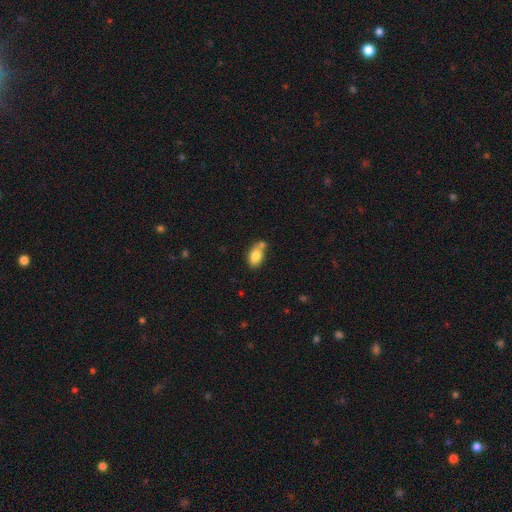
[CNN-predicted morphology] smooth-or-featured: smooth: 80% | featured or disk: 11% | star or artifact: 8%
  how-rounded: in between: 86% | round: 12% | cigar-shaped: 2%
  merging: none: 49% | merger: 29% | minor disturbance: 17% | major disturbance: 5%